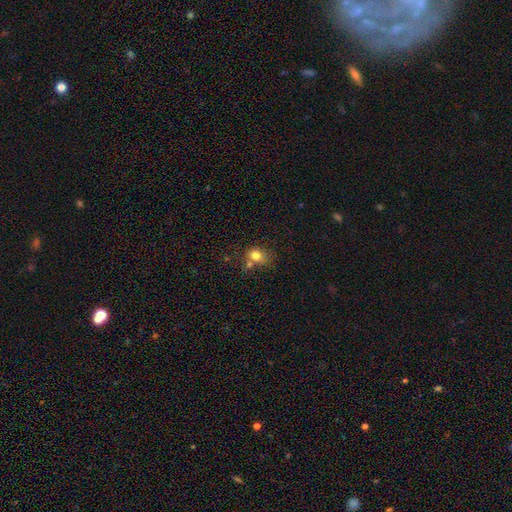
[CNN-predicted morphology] Smooth or featured: smooth — 78% (star or artifact — 12%)
How rounded: round — 57% (in between — 42%)
Merging: none — 48% (merger — 29%)